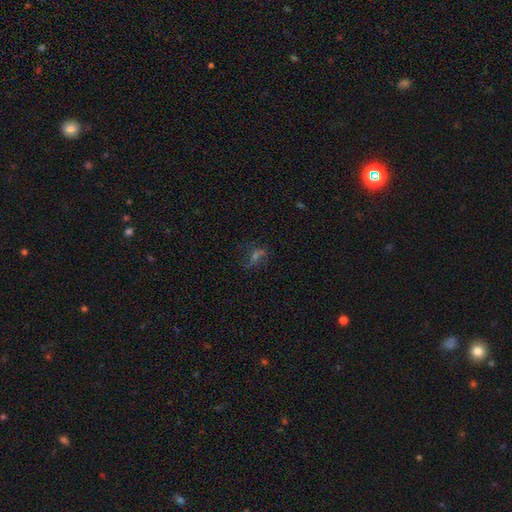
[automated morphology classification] smooth-or-featured: featured or disk: 46% | star or artifact: 31% | smooth: 23%
  merging: none: 69% | minor disturbance: 16% | major disturbance: 12% | merger: 3%